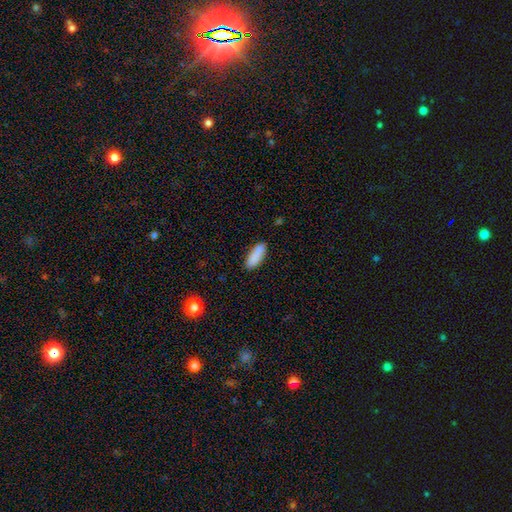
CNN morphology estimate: Smooth or featured: smooth — 88% (star or artifact — 6%)
How rounded: in between — 67% (cigar-shaped — 32%)
Merging: none — 84% (minor disturbance — 11%)